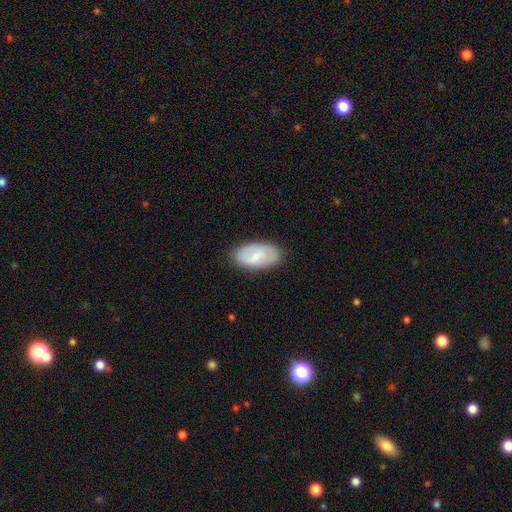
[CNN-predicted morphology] Overall: smooth (66%; featured or disk 28%). How rounded: in between (94%). Merging: none (82%).